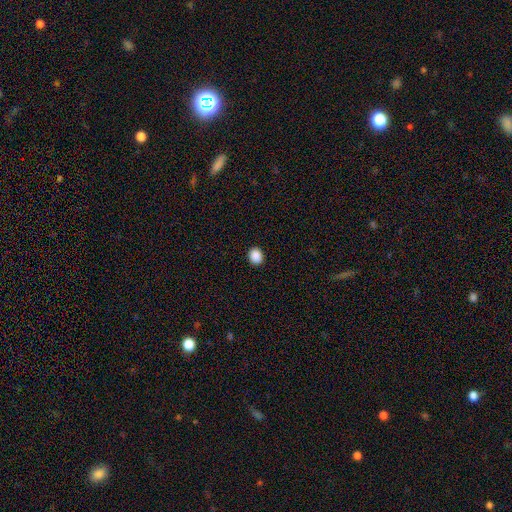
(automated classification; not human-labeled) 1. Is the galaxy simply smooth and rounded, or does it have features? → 89% smooth, 9% star or artifact, 2% featured or disk.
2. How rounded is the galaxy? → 62% round, 37% in between, 1% cigar-shaped.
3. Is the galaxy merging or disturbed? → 92% none, 5% minor disturbance, 2% major disturbance, 1% merger.